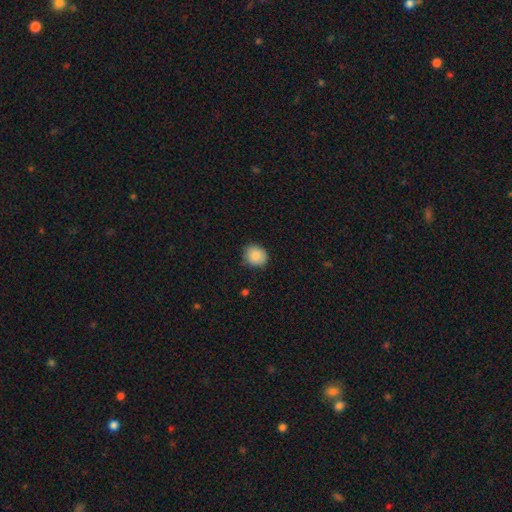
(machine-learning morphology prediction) A smooth galaxy with no disk features (87%) that is round (76%).

Vote fractions:
- Smooth or featured? smooth: 87% / star or artifact: 8% / featured or disk: 5%
- How rounded? round: 76% / in between: 23% / cigar-shaped: 1%
- Merging? none: 83% / minor disturbance: 14% / major disturbance: 2% / merger: 1%